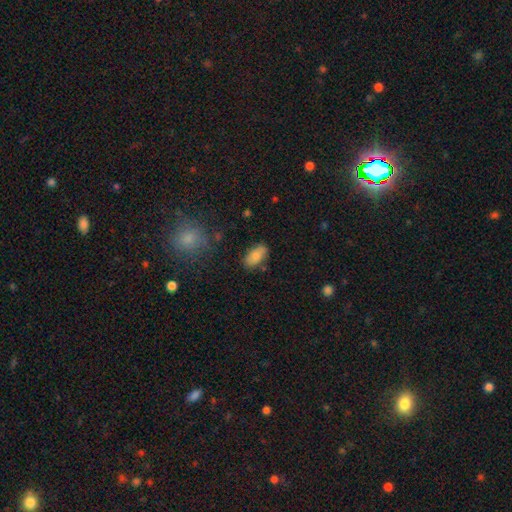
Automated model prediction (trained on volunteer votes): Smooth or featured?
  - smooth: 81% *
  - featured or disk: 11%
  - star or artifact: 7%
How rounded?
  - in between: 92% *
  - cigar-shaped: 5%
  - round: 3%
Merging?
  - none: 79% *
  - minor disturbance: 14%
  - merger: 3%
  - major disturbance: 3%